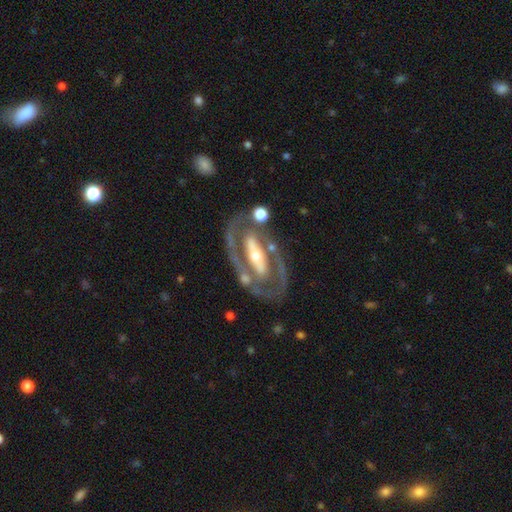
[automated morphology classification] A featured or disk galaxy (83%) with a strong bar (61%), spiral arms (62%) and a moderate central bulge (50%).

Vote fractions:
- Smooth or featured? featured or disk: 83% / smooth: 12% / star or artifact: 5%
- Edge-on disk? no: 89% / yes: 11%
- Bar? strong: 61% / no: 22% / weak: 17%
- Spiral arms? yes: 62% / no: 38%
- Bulge size? moderate: 50% / small: 39% / large: 8% / none: 2% / dominant: 2%
- Merging? none: 72% / minor disturbance: 15% / major disturbance: 8% / merger: 5%